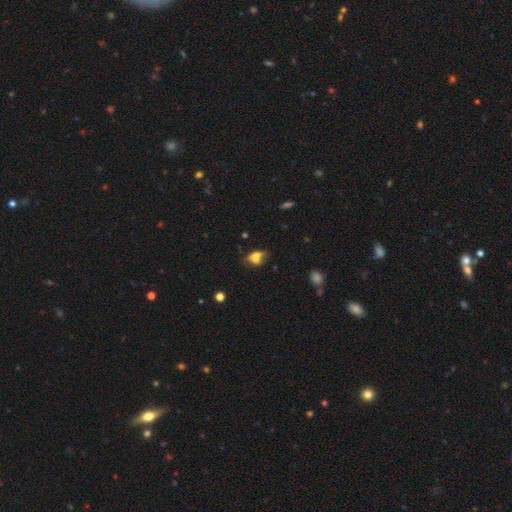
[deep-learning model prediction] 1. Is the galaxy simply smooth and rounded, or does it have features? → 62% smooth, 23% featured or disk, 15% star or artifact.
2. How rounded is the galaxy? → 73% in between, 22% round, 5% cigar-shaped.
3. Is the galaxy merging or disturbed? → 32% none, 25% merger, 23% minor disturbance, 20% major disturbance.